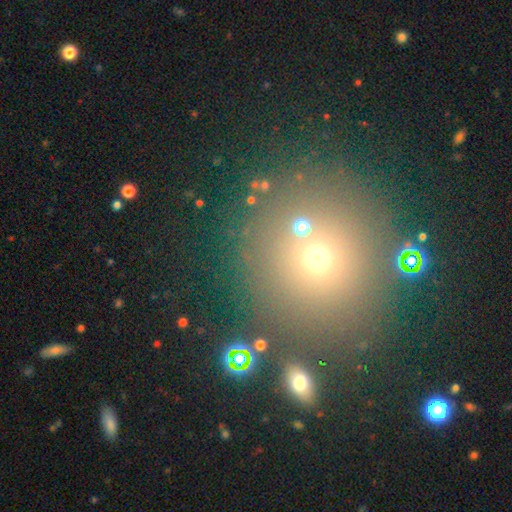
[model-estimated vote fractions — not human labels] Overall: smooth (57%; star or artifact 32%). How rounded: round (91%). Merging: none (79%).